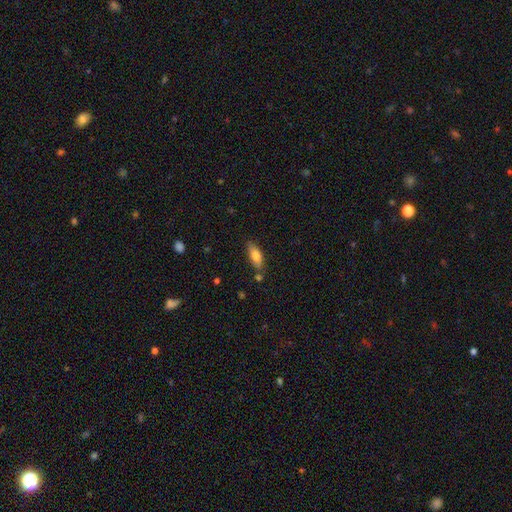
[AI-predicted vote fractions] A smooth galaxy with no disk features (78%) that is in between round and cigar-shaped (72%).

Vote fractions:
- Smooth or featured? smooth: 78% / featured or disk: 15% / star or artifact: 7%
- How rounded? in between: 72% / cigar-shaped: 26% / round: 2%
- Merging? none: 72% / minor disturbance: 17% / merger: 7% / major disturbance: 4%